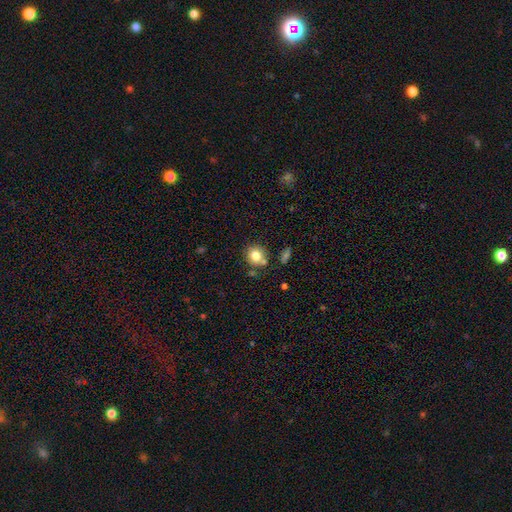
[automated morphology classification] Overall: smooth (79%). How rounded: round (81%). Merging: none (71%).